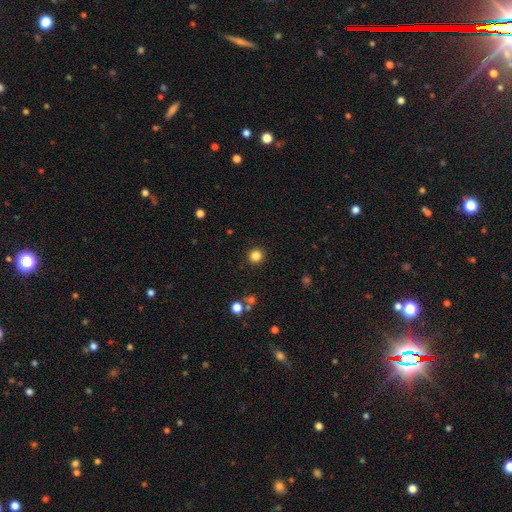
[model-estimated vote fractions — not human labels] A smooth galaxy with no disk features (84%) that is round (94%). Merging: none (91%).